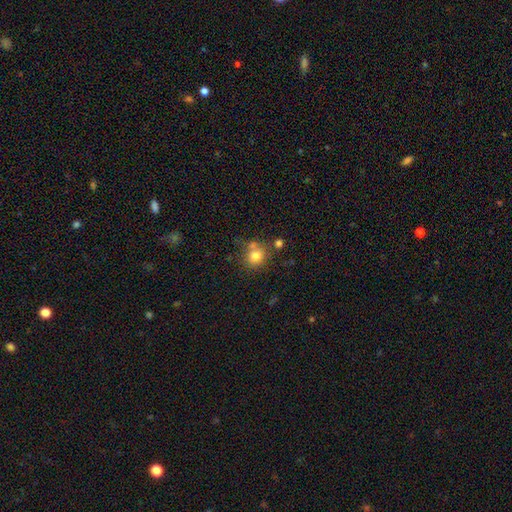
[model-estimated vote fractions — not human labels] Smooth or featured?
  - smooth: 78% *
  - star or artifact: 12%
  - featured or disk: 10%
How rounded?
  - round: 79% *
  - in between: 20%
  - cigar-shaped: 1%
Merging?
  - none: 60% *
  - merger: 21%
  - minor disturbance: 14%
  - major disturbance: 5%